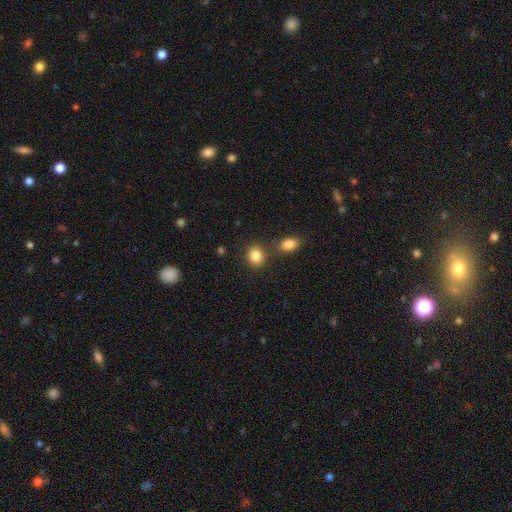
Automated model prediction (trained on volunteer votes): Q: Smooth or featured?
A: smooth (85%); runner-up: star or artifact (9%)
Q: How rounded?
A: round (64%); runner-up: in between (35%)
Q: Merging?
A: none (75%); runner-up: merger (12%)